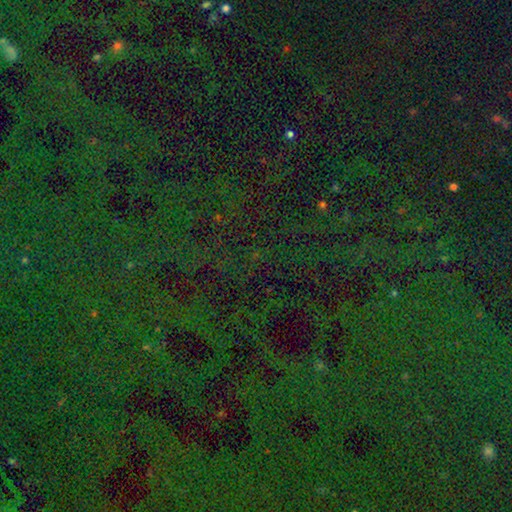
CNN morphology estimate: A star or artifact, not a galaxy (82%).

Vote fractions:
- Smooth or featured? star or artifact: 82% / smooth: 11% / featured or disk: 7%